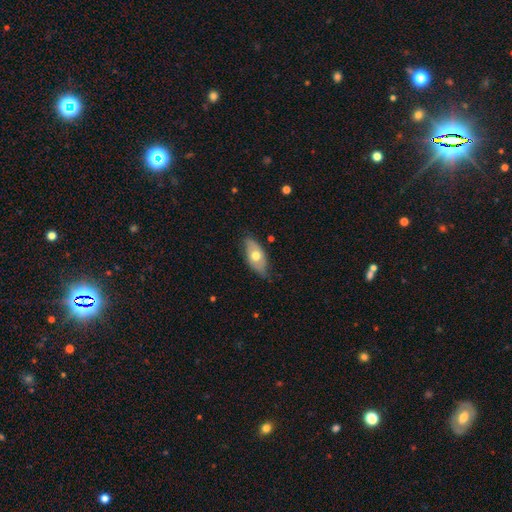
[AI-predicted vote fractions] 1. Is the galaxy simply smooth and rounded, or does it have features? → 57% smooth, 37% featured or disk, 6% star or artifact.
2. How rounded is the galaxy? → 90% in between, 6% cigar-shaped, 4% round.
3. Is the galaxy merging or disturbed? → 71% none, 24% minor disturbance, 4% major disturbance, 1% merger.